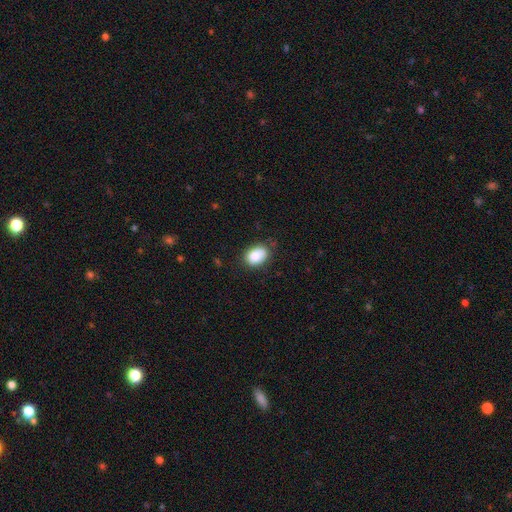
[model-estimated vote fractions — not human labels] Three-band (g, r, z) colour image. It shows a smooth galaxy with no disk features (86%) that is in between round and cigar-shaped (79%). Merging: none (75%).